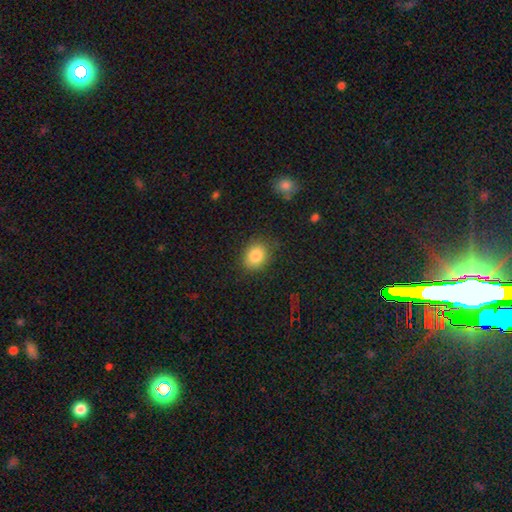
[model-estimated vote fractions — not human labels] Smooth or featured: smooth — 84% (star or artifact — 9%)
How rounded: round — 52% (in between — 47%)
Merging: none — 82% (minor disturbance — 13%)